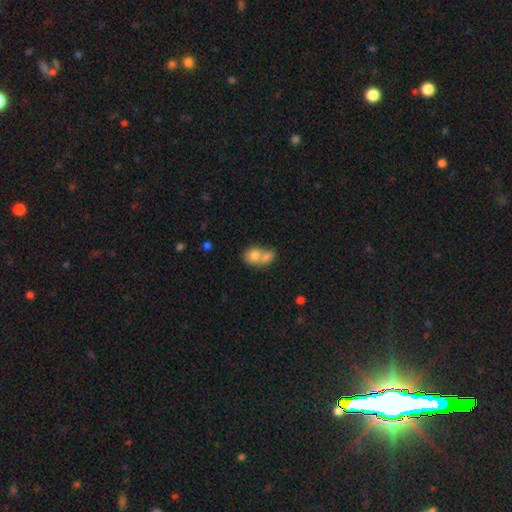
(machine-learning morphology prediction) smooth 73%, featured or disk 19%, star or artifact 9%. Down the decision tree: how rounded — round (51%); merging — merger (70%).